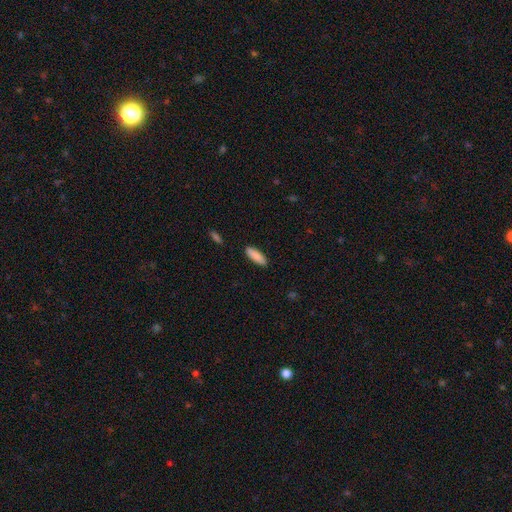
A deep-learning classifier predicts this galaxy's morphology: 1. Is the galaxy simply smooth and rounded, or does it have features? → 87% smooth, 7% featured or disk, 6% star or artifact.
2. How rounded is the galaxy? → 56% in between, 43% cigar-shaped, 2% round.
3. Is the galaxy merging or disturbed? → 90% none, 8% minor disturbance, 2% major disturbance, 1% merger.